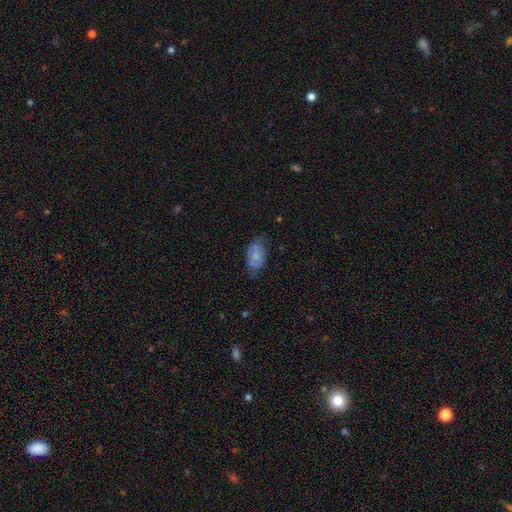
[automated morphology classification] Overall: smooth (62%; featured or disk 29%). How rounded: in between (92%). Merging: none (56%; minor disturbance 31%).